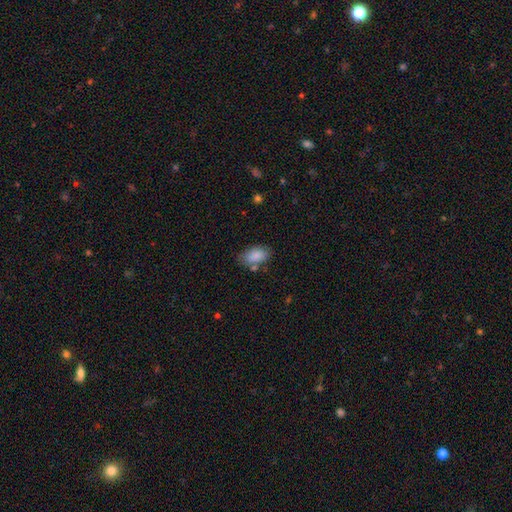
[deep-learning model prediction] The model was most divided on "merging": none: 69%, minor disturbance: 19%, merger: 8%, major disturbance: 5%. More confident: how rounded — in between (92%); smooth or featured — smooth (87%).